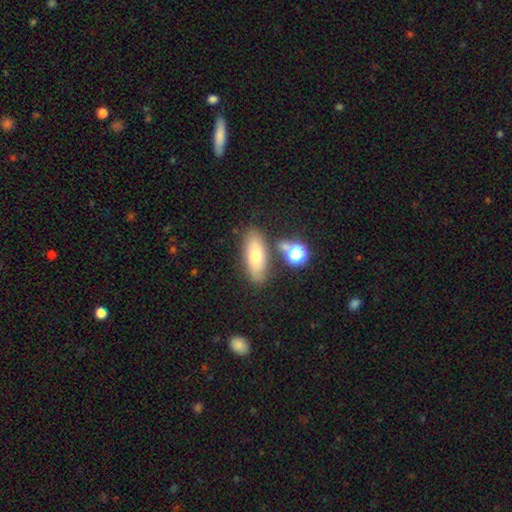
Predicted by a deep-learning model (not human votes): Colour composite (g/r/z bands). It shows a smooth galaxy with no disk features (64%) that is in between round and cigar-shaped (76%). Merging: none (75%).